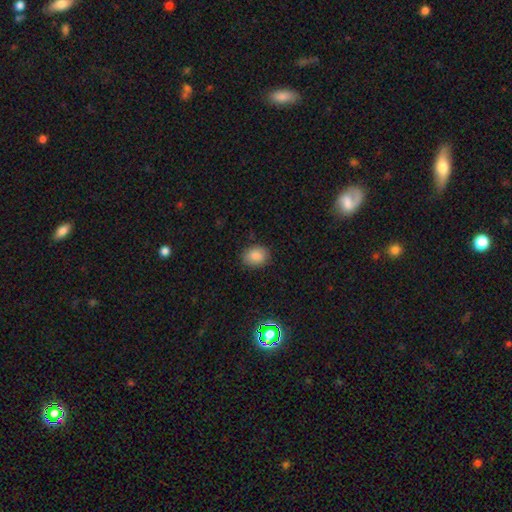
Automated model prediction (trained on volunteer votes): A smooth galaxy with no disk features (84%) that is round (51%). Merging: none (86%).